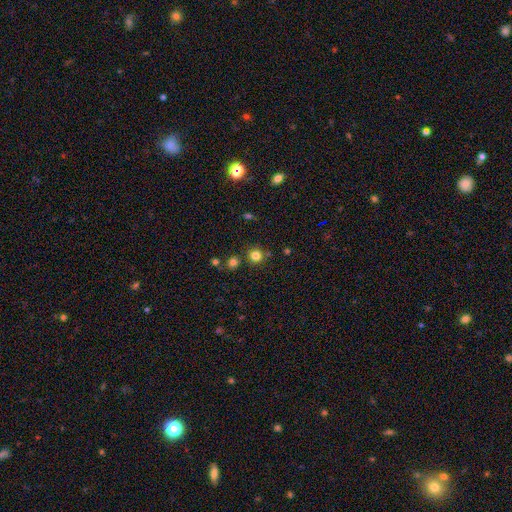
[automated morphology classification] Smooth or featured: smooth — 80% (star or artifact — 15%)
How rounded: round — 93% (in between — 6%)
Merging: none — 82% (merger — 8%)